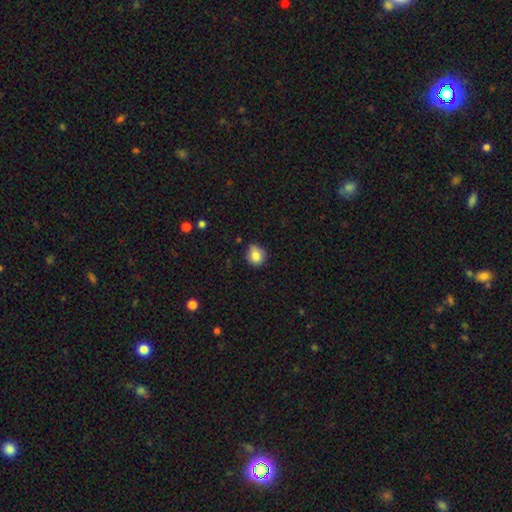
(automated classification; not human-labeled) smooth-or-featured: smooth: 82% | star or artifact: 10% | featured or disk: 8%
  how-rounded: round: 77% | in between: 22% | cigar-shaped: 1%
  merging: none: 73% | minor disturbance: 21% | major disturbance: 4% | merger: 2%